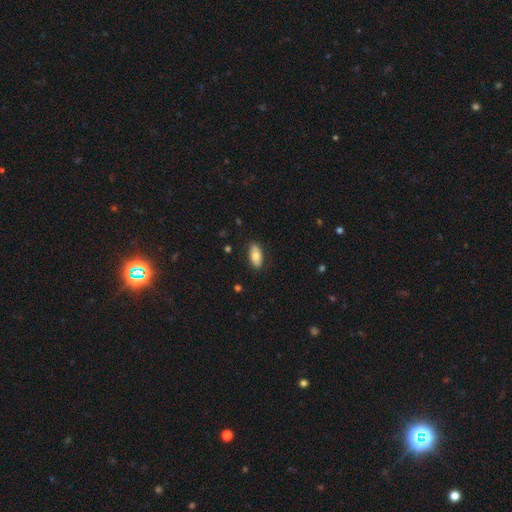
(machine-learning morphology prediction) smooth 76%, featured or disk 17%, star or artifact 6%. Down the decision tree: how rounded — in between (90%); merging — none (84%).